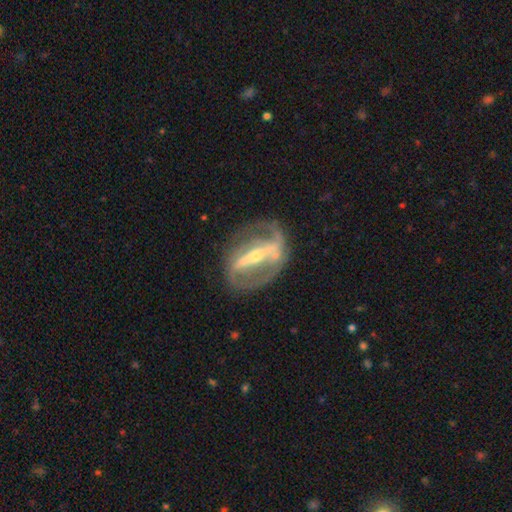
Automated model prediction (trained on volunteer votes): This appears to be a featured or disk galaxy (86%) with a strong bar (79%), 2 (78%) medium (42%) spiral arms (75%) and a small central bulge (48%). Merging: none (67%).